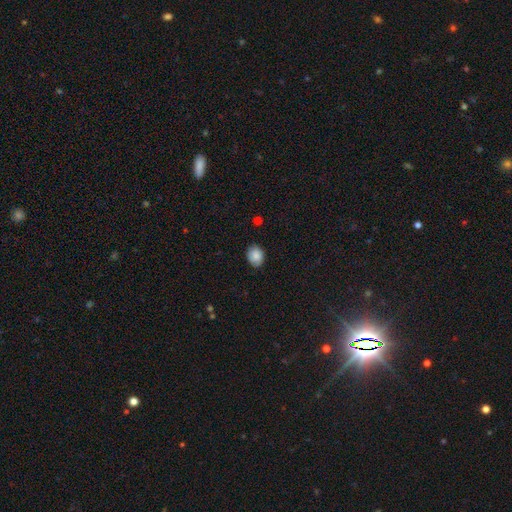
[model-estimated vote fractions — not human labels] smooth 83%, featured or disk 9%, star or artifact 8%. Down the decision tree: how rounded — in between (51%); merging — none (80%).